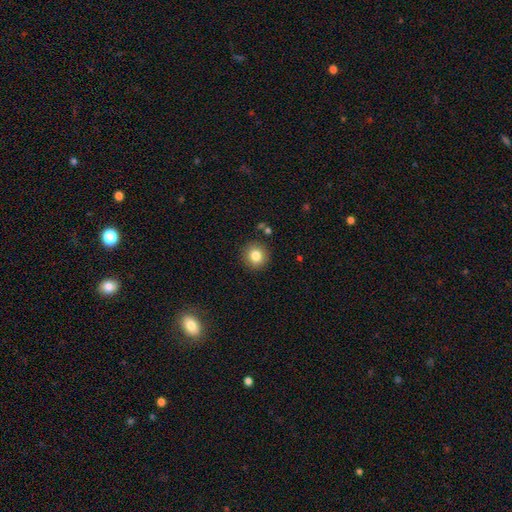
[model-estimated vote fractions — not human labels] Overall: smooth (82%). How rounded: round (93%). Merging: none (89%).